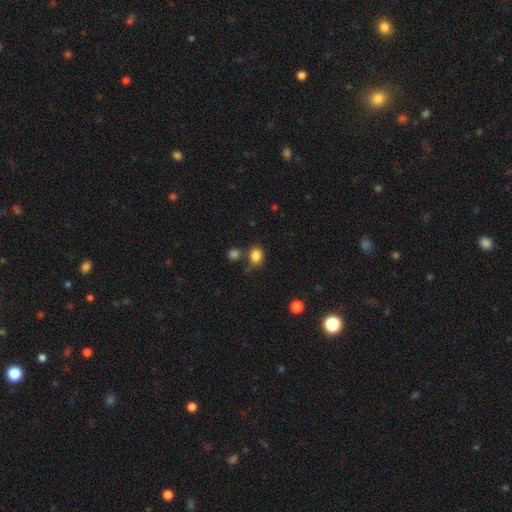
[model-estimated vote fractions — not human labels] Morphology: type=smooth (84%); roundness=round (59%); merging=none (65%).